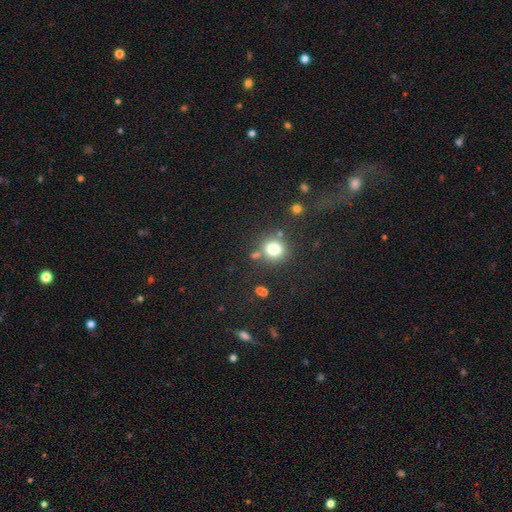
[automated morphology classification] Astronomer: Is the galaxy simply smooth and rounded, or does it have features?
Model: smooth — 71%.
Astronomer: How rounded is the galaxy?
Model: round — 88%.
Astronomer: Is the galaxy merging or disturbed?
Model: none — 74%.